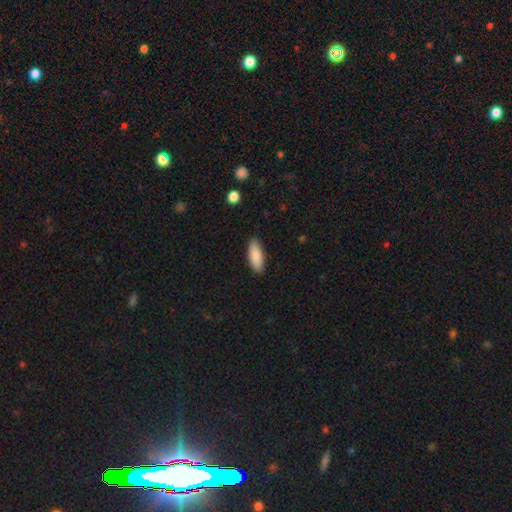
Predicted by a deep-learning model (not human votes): Smooth or featured: smooth — 88% (featured or disk — 6%)
How rounded: in between — 73% (cigar-shaped — 25%)
Merging: none — 87% (minor disturbance — 10%)